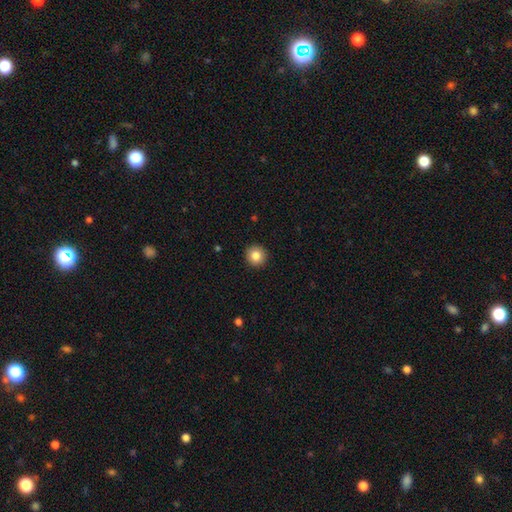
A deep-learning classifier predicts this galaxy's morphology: Smooth or featured? smooth (84%)
How rounded? round (94%)
Merging? none (93%)